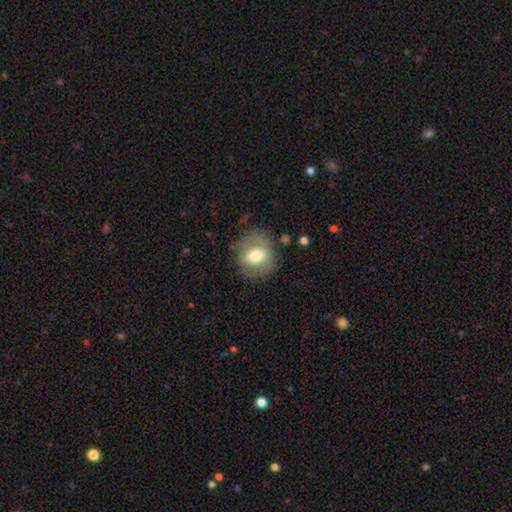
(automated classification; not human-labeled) smooth 60%, featured or disk 33%, star or artifact 8%. Down the decision tree: how rounded — round (65%); merging — none (75%).